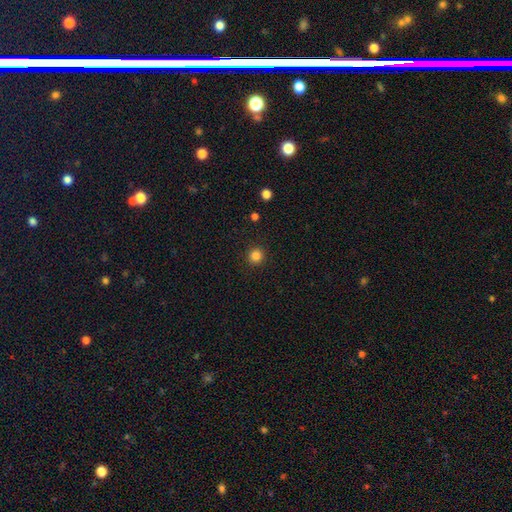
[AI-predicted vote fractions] The model was most divided on "smooth or featured": smooth: 84%, star or artifact: 12%, featured or disk: 4%. More confident: how rounded — round (95%); merging — none (93%).